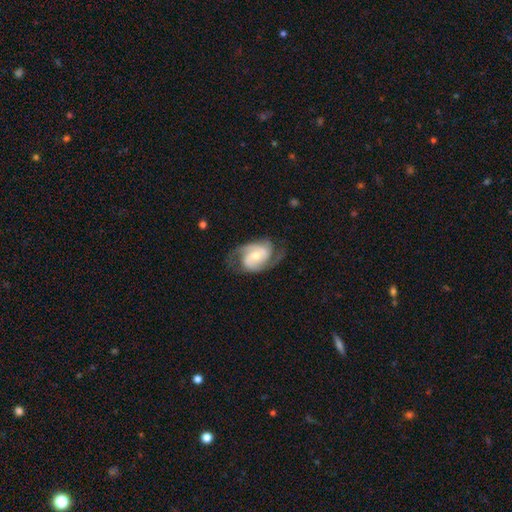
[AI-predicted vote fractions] A featured or disk galaxy (83%) with no bar (53%), 2 (79%) medium (49%) spiral arms (95%) and a moderate central bulge (55%). Merging: none (67%).